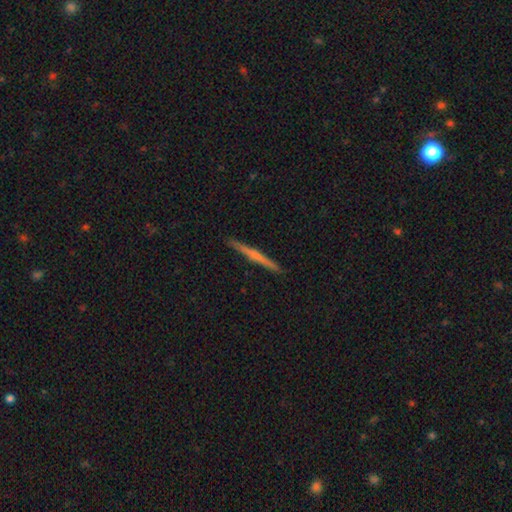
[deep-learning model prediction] Smooth or featured? featured or disk (54%)
Edge-on disk? yes (98%)
Edge-on bulge? none (54%)
Merging? none (92%)